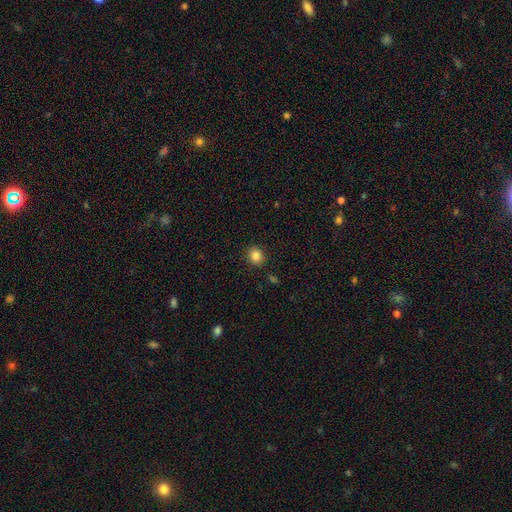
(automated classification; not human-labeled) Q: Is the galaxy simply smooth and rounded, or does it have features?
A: smooth — 84%.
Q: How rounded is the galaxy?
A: round — 71%.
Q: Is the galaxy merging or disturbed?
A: none — 90%.